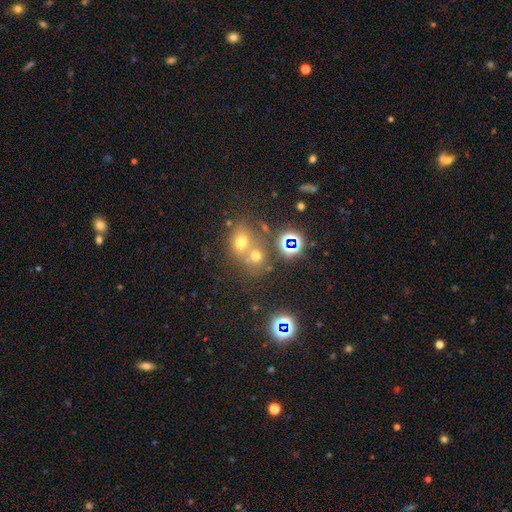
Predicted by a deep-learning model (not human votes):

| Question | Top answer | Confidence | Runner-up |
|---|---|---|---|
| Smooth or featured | smooth | 56% | star or artifact (31%) |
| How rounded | round | 70% | in between (29%) |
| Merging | none | 44% | tied: merger (44%) |